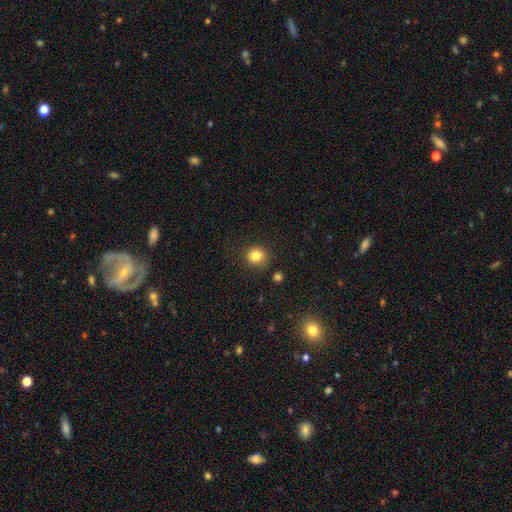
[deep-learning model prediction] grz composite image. It shows a smooth galaxy with no disk features (83%) that is round (89%). Merging: none (87%).